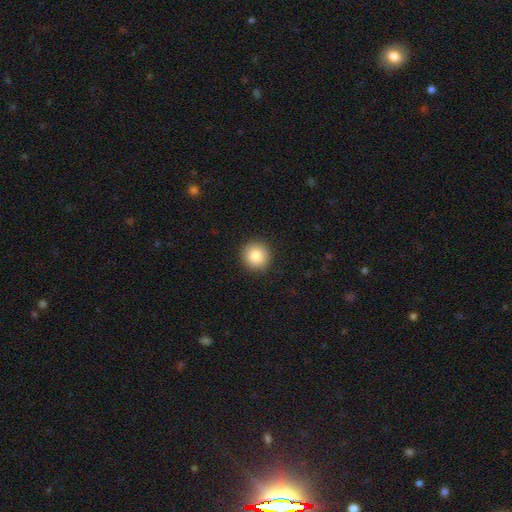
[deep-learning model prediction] This appears to be a smooth galaxy with no disk features (85%) that is round (93%). Merging: none (91%).